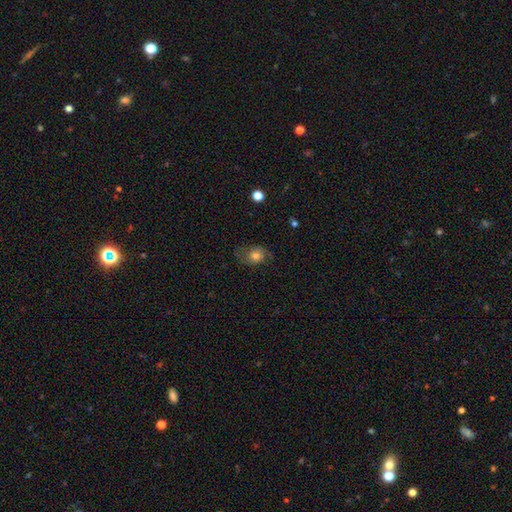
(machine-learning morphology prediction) smooth_or_featured: smooth (p=0.63) [alt: featured or disk p=0.27]
how_rounded: round (p=0.53) [alt: in between p=0.46]
merging: none (p=0.61) [alt: minor disturbance p=0.25]